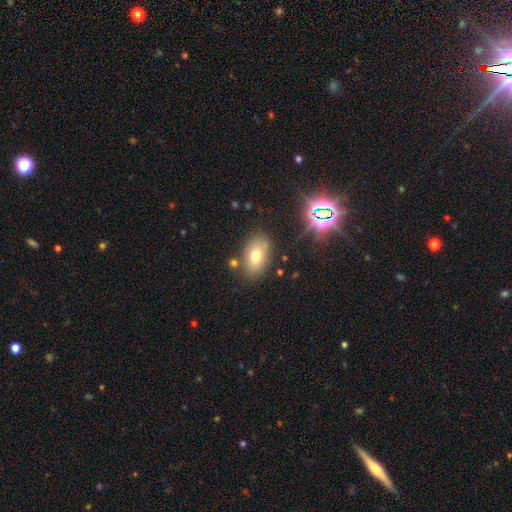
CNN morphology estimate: smooth_or_featured: smooth (p=0.72) [alt: featured or disk p=0.16]
how_rounded: in between (p=0.89) [alt: round p=0.10]
merging: none (p=0.77) [alt: minor disturbance p=0.14]